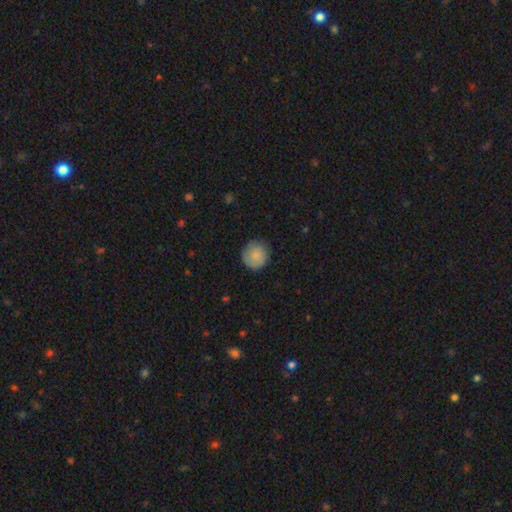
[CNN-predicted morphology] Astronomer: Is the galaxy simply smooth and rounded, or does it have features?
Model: smooth — 82%.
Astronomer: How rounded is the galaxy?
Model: round — 92%.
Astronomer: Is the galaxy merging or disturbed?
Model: none — 83%.